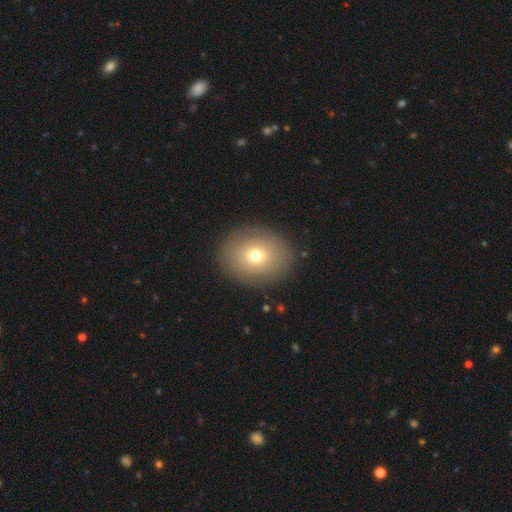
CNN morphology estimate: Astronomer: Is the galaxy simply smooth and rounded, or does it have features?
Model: smooth — 71%.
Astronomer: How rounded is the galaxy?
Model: round — 64%.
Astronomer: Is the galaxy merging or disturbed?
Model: none — 88%.